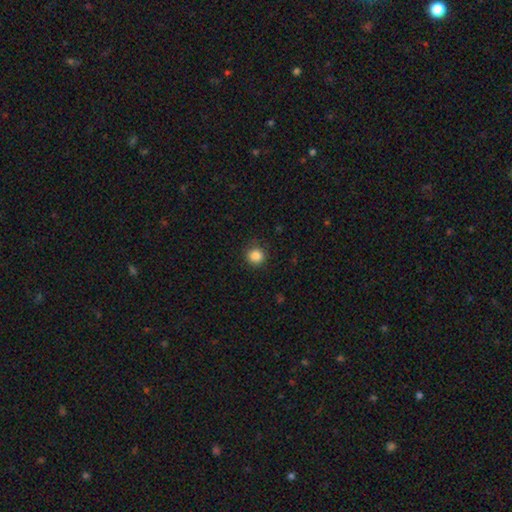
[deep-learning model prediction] A smooth galaxy with no disk features (86%) that is round (94%).

Vote fractions:
- Smooth or featured? smooth: 86% / star or artifact: 11% / featured or disk: 4%
- How rounded? round: 94% / in between: 5% / cigar-shaped: 1%
- Merging? none: 88% / minor disturbance: 8% / major disturbance: 2% / merger: 1%